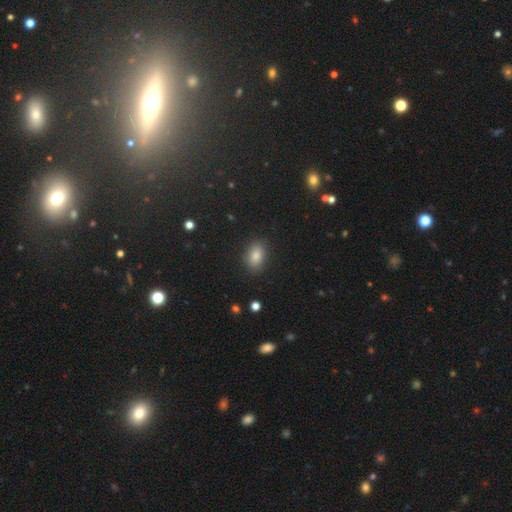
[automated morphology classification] A smooth galaxy with no disk features (80%) that is in between round and cigar-shaped (81%).

Vote fractions:
- Smooth or featured? smooth: 80% / star or artifact: 13% / featured or disk: 7%
- How rounded? in between: 81% / round: 17% / cigar-shaped: 2%
- Merging? none: 88% / minor disturbance: 8% / major disturbance: 2% / merger: 1%